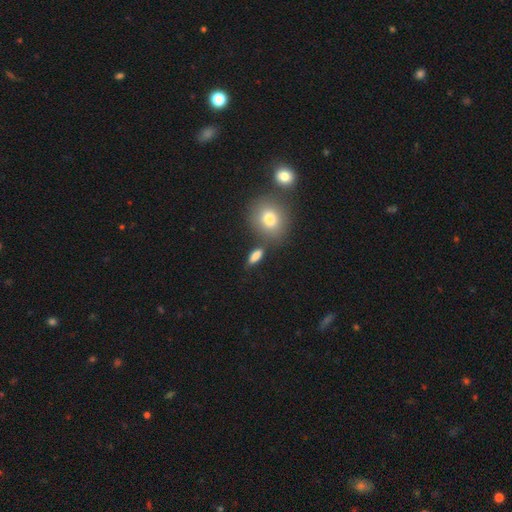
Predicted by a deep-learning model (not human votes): smooth-or-featured: smooth: 81% | star or artifact: 9% | featured or disk: 9%
  how-rounded: in between: 64% | cigar-shaped: 24% | round: 12%
  merging: none: 69% | minor disturbance: 14% | merger: 12% | major disturbance: 5%